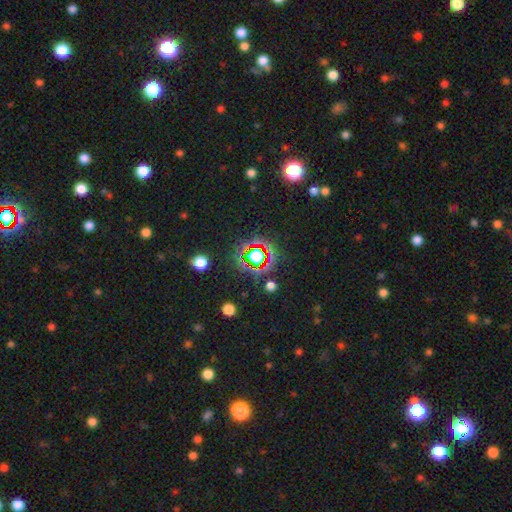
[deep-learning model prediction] This is likely a star or artifact rather than a galaxy (66%).